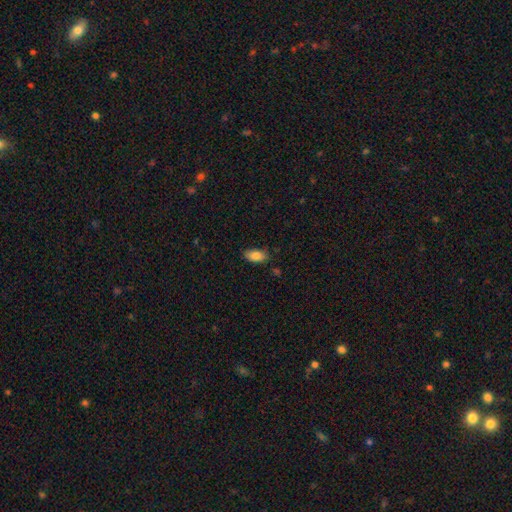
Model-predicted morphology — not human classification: This appears to be a smooth galaxy with no disk features (85%) that is in between round and cigar-shaped (92%). Merging: none (81%).